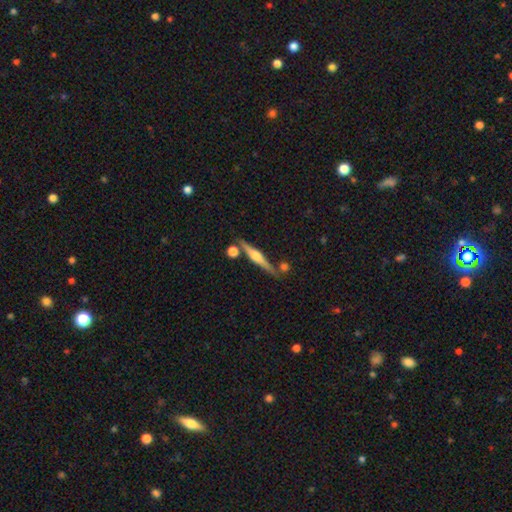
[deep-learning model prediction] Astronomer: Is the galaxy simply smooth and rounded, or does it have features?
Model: featured or disk — 77%.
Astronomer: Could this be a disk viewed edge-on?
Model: yes — 97%.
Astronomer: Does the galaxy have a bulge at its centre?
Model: rounded — 91%.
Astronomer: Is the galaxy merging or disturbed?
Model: none — 80%.